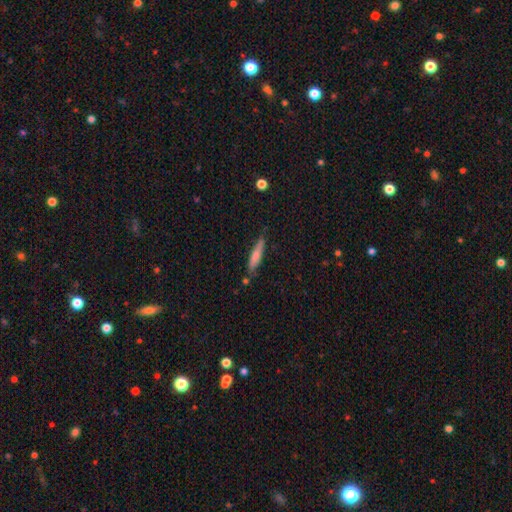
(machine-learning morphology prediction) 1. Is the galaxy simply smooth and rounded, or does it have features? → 71% smooth, 23% featured or disk, 6% star or artifact.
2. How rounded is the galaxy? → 84% cigar-shaped, 14% in between, 1% round.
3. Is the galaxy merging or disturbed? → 75% none, 17% minor disturbance, 5% merger, 3% major disturbance.